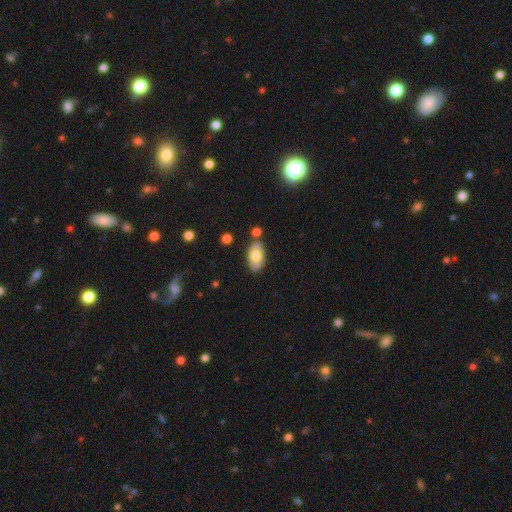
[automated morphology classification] Q: Smooth or featured?
A: smooth (74%); runner-up: featured or disk (19%)
Q: How rounded?
A: in between (93%); runner-up: round (4%)
Q: Merging?
A: none (76%); runner-up: minor disturbance (13%)